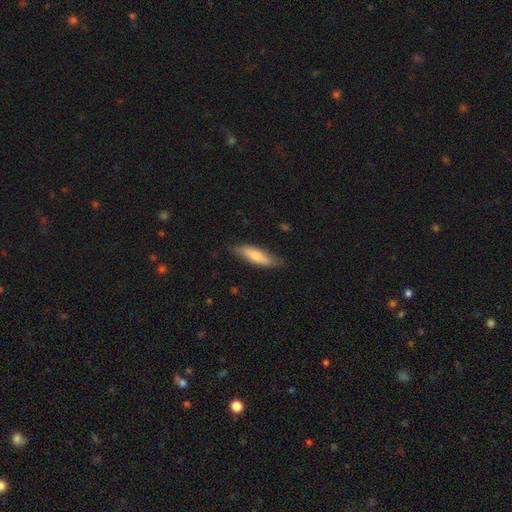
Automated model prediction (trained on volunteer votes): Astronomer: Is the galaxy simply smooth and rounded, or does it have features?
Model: smooth — 69%.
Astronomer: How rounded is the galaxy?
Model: cigar-shaped — 58% (runner-up: in between, 40%).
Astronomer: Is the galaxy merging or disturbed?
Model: none — 77%.